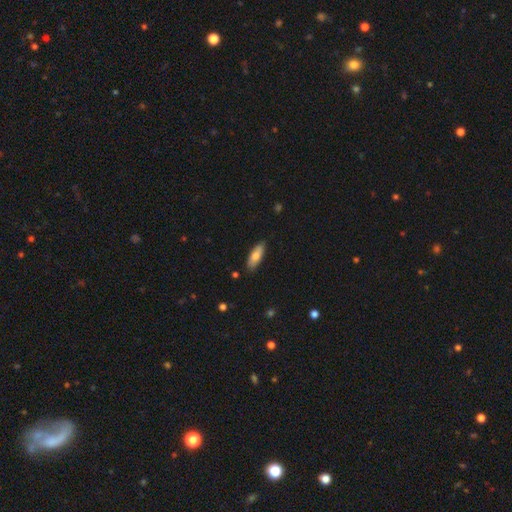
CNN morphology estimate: Smooth or featured: smooth — 77% (featured or disk — 17%)
How rounded: in between — 64% (cigar-shaped — 34%)
Merging: none — 84% (minor disturbance — 13%)